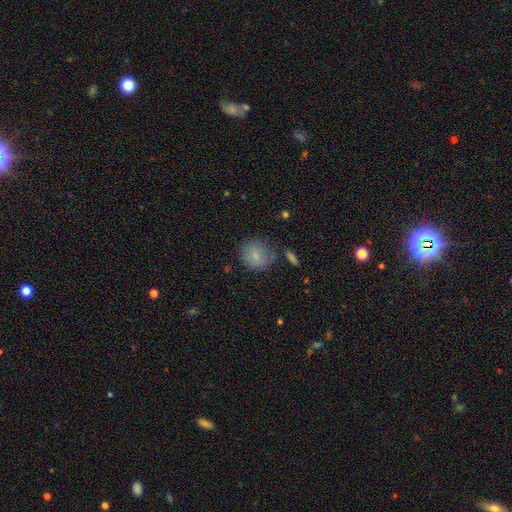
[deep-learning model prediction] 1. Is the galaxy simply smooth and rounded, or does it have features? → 81% smooth, 10% featured or disk, 9% star or artifact.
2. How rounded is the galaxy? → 84% round, 14% in between, 1% cigar-shaped.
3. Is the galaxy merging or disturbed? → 71% none, 18% minor disturbance, 6% major disturbance, 5% merger.